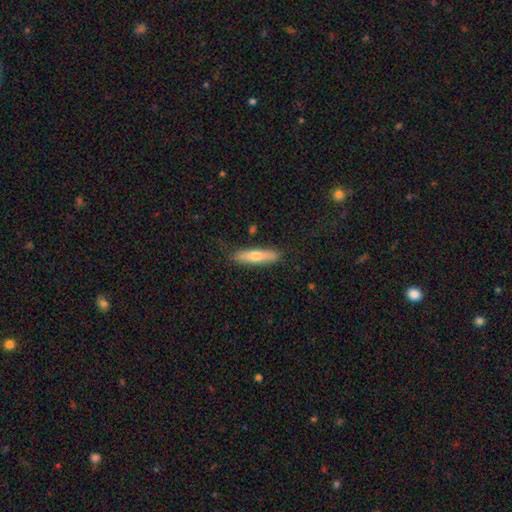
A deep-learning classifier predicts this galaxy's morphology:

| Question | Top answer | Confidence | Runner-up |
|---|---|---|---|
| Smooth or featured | smooth | 58% | featured or disk (36%) |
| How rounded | cigar-shaped | 80% | in between (18%) |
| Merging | none | 85% | minor disturbance (12%) |